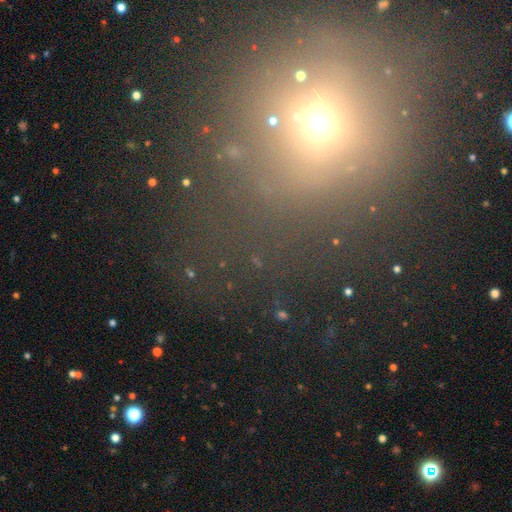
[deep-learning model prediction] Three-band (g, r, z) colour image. It shows a star or artifact, not a galaxy (47%).